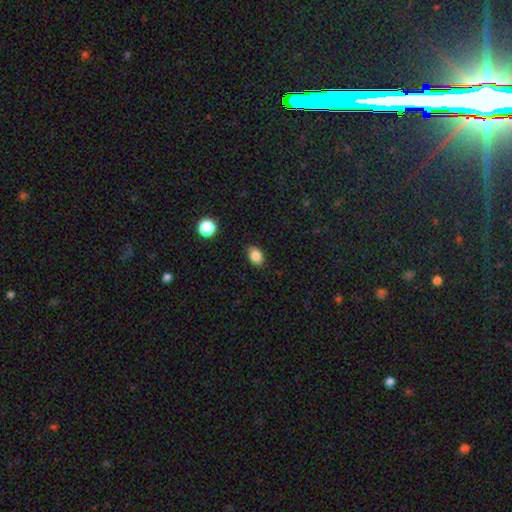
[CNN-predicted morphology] A smooth galaxy with no disk features (86%) that is in between round and cigar-shaped (78%).

Vote fractions:
- Smooth or featured? smooth: 86% / star or artifact: 9% / featured or disk: 5%
- How rounded? in between: 78% / round: 21% / cigar-shaped: 1%
- Merging? none: 85% / minor disturbance: 11% / major disturbance: 2% / merger: 1%